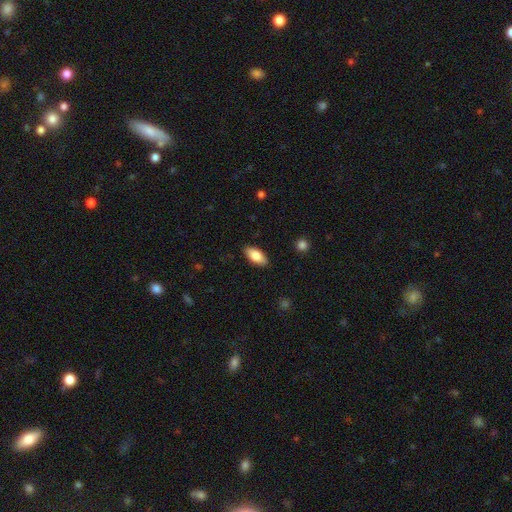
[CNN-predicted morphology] smooth_or_featured: smooth (p=0.80) [alt: featured or disk p=0.14]
how_rounded: in between (p=0.88) [alt: cigar-shaped p=0.09]
merging: none (p=0.88) [alt: minor disturbance p=0.09]